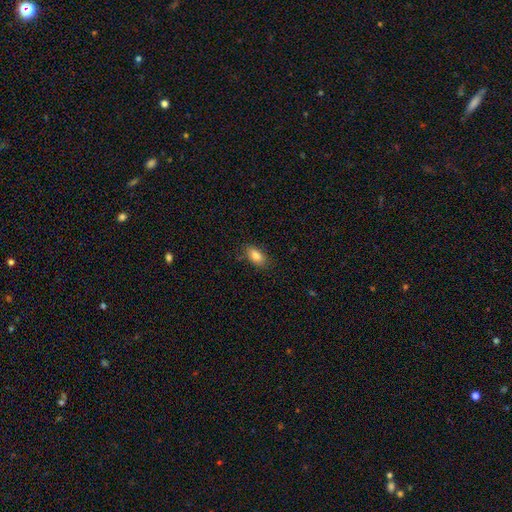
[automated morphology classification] The model was most divided on "merging": none: 82%, minor disturbance: 13%, major disturbance: 3%, merger: 1%. More confident: how rounded — in between (89%); smooth or featured — smooth (83%).